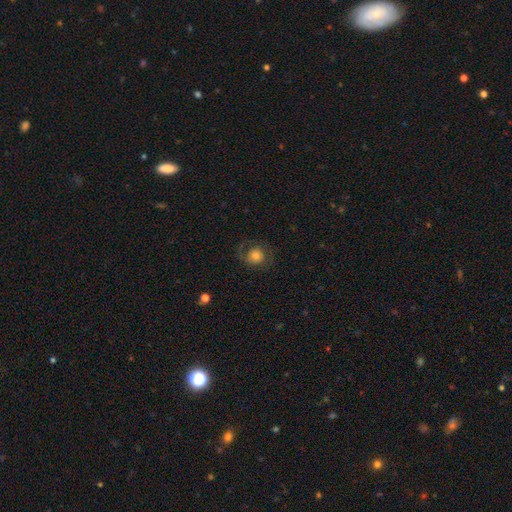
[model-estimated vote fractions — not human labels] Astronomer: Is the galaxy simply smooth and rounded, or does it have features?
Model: smooth — 53% (runner-up: featured or disk, 37%).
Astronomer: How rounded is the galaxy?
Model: round — 82%.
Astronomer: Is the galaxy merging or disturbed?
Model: none — 64%.